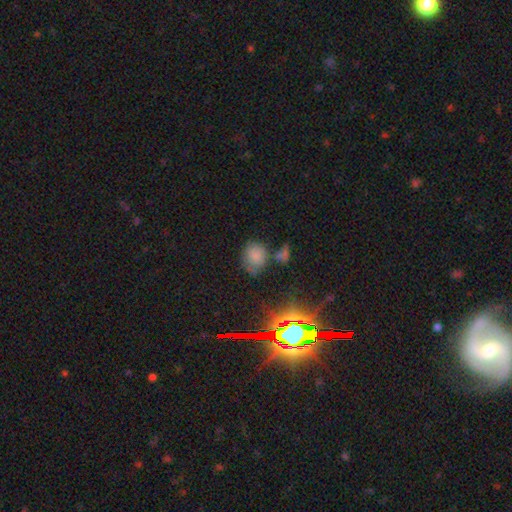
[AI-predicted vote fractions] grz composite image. It shows a smooth galaxy with no disk features (71%) that is round (54%). Merging: none (50%).